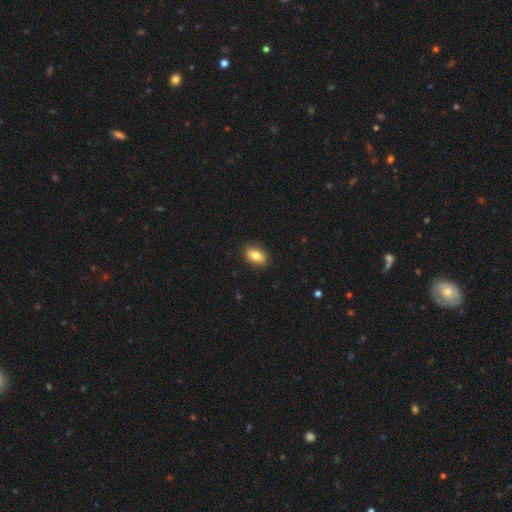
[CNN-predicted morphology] Q: Smooth or featured?
A: smooth (79%); runner-up: featured or disk (13%)
Q: How rounded?
A: in between (84%); runner-up: round (14%)
Q: Merging?
A: none (88%); runner-up: minor disturbance (9%)